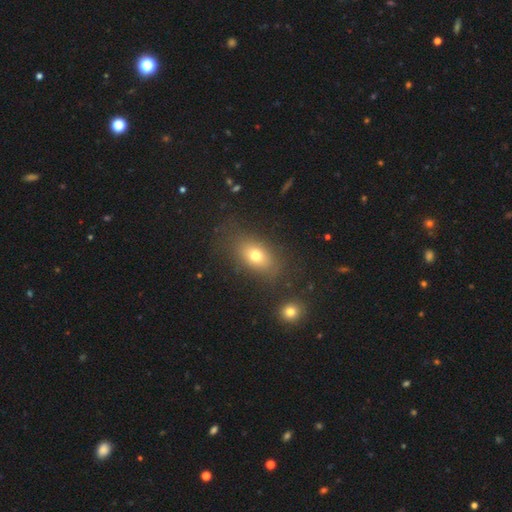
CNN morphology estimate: This is likely a smooth galaxy (72%). How rounded: likely in between (77%). Merging: likely none (76%).